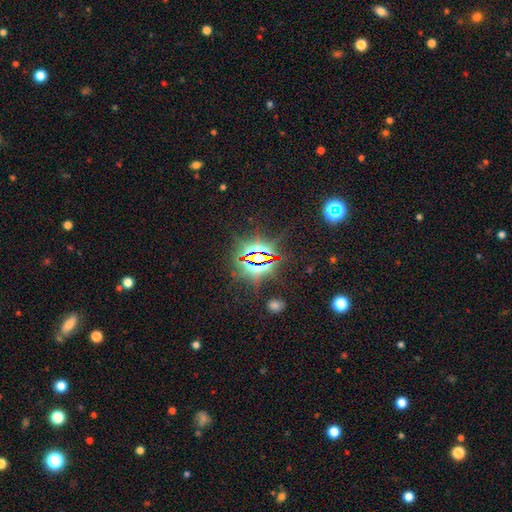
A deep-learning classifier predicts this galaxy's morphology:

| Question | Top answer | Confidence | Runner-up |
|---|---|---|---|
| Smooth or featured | star or artifact | 81% | smooth (10%) |